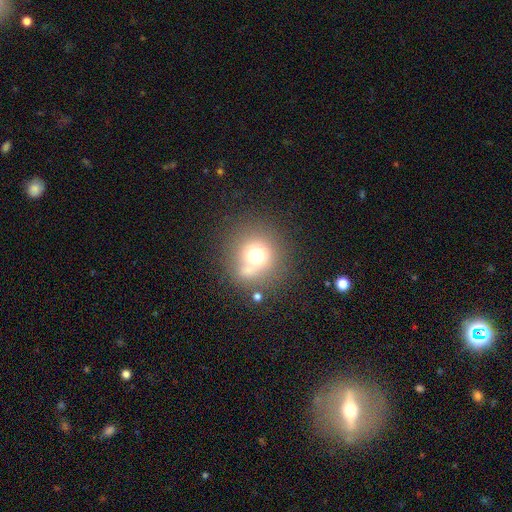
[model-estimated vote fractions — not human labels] Smooth or featured?
  - smooth: 70% *
  - star or artifact: 16%
  - featured or disk: 14%
How rounded?
  - round: 90% *
  - in between: 9%
  - cigar-shaped: 1%
Merging?
  - none: 66% *
  - merger: 14%
  - minor disturbance: 13%
  - major disturbance: 7%